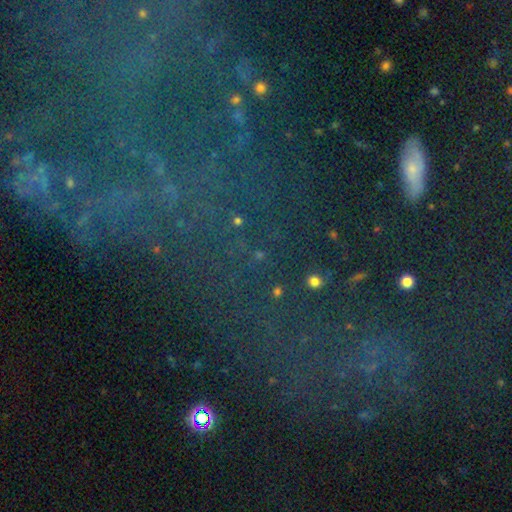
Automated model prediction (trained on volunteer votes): Smooth or featured: star or artifact — 53% (smooth — 24%)